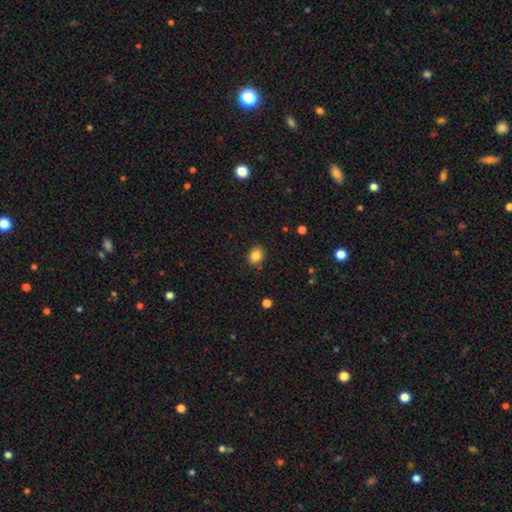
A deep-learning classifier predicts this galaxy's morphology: Smooth or featured? smooth (84%)
How rounded? round (55%)
Merging? none (87%)